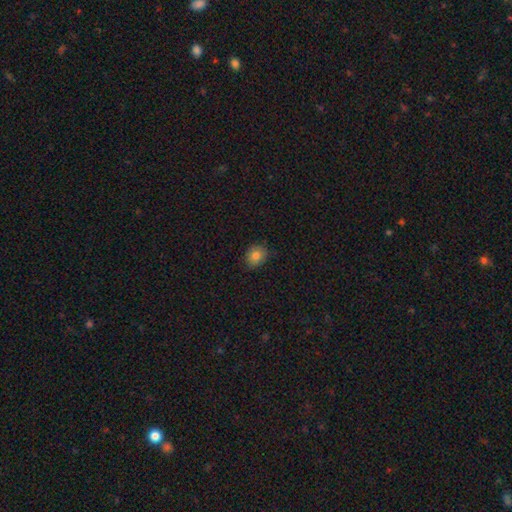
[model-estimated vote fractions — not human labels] Q: Smooth or featured?
A: smooth (81%); runner-up: star or artifact (11%)
Q: How rounded?
A: round (64%); runner-up: in between (35%)
Q: Merging?
A: none (83%); runner-up: minor disturbance (14%)